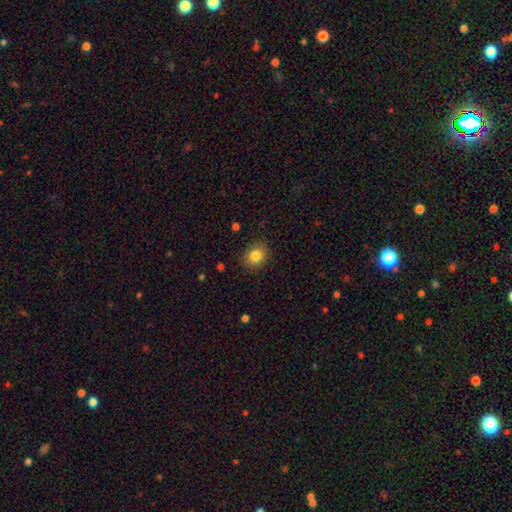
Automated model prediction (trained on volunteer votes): Morphology: type=smooth (83%); roundness=round (58%); merging=none (85%).